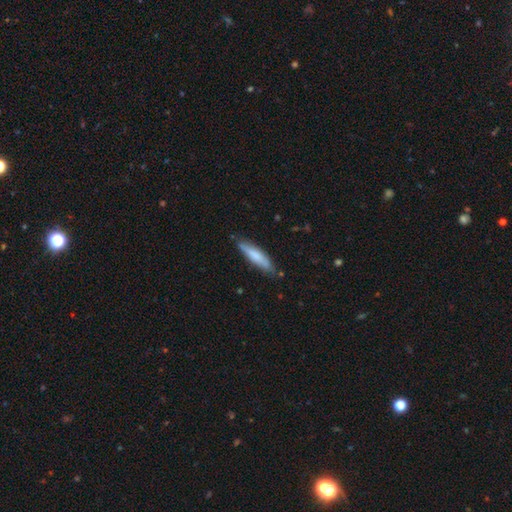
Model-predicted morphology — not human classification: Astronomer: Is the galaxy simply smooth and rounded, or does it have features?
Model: smooth — 73%.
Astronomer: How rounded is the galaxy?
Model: cigar-shaped — 78%.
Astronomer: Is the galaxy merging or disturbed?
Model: none — 78%.